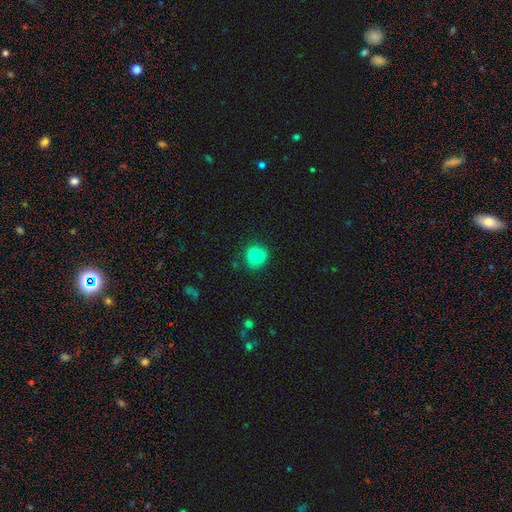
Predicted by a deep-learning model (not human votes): This is likely a smooth galaxy (73%). How rounded: likely round (71%). Merging: possibly none (47%).